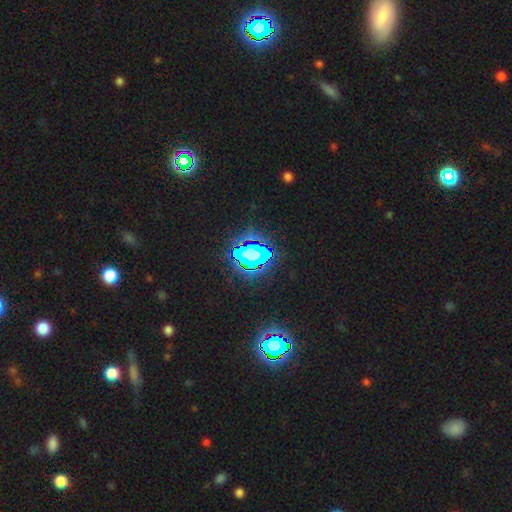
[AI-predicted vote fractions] A star or artifact, not a galaxy (80%).